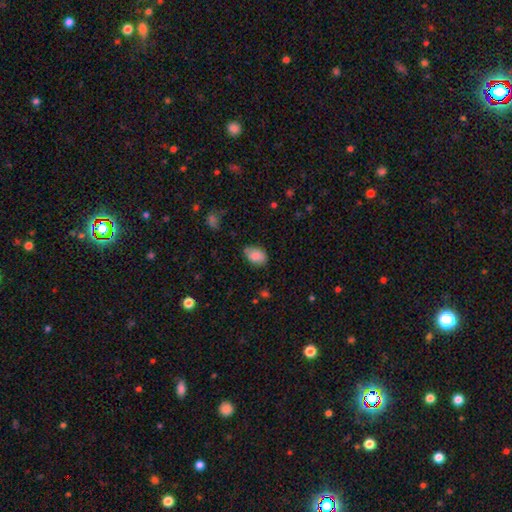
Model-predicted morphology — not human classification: smooth 83%, featured or disk 10%, star or artifact 7%. Down the decision tree: how rounded — in between (85%); merging — none (76%).